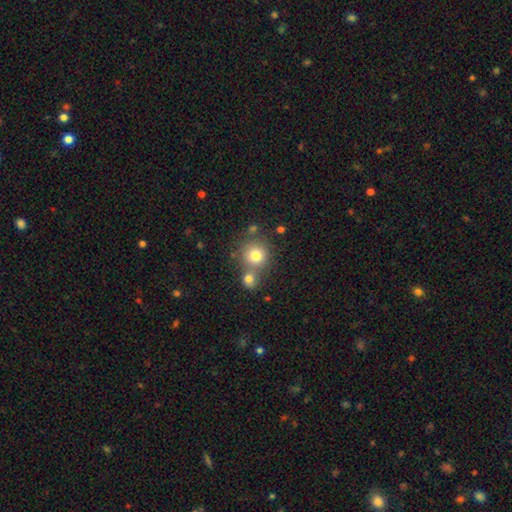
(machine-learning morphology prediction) smooth_or_featured: smooth (p=0.78) [alt: star or artifact p=0.12]
how_rounded: round (p=0.89) [alt: in between p=0.10]
merging: none (p=0.57) [alt: merger p=0.32]